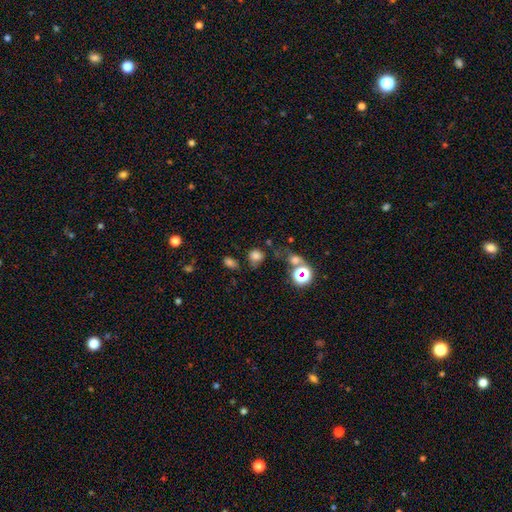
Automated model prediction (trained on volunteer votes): Q: Smooth or featured?
A: smooth (71%); runner-up: star or artifact (21%)
Q: How rounded?
A: round (66%); runner-up: in between (33%)
Q: Merging?
A: none (54%); runner-up: minor disturbance (23%)